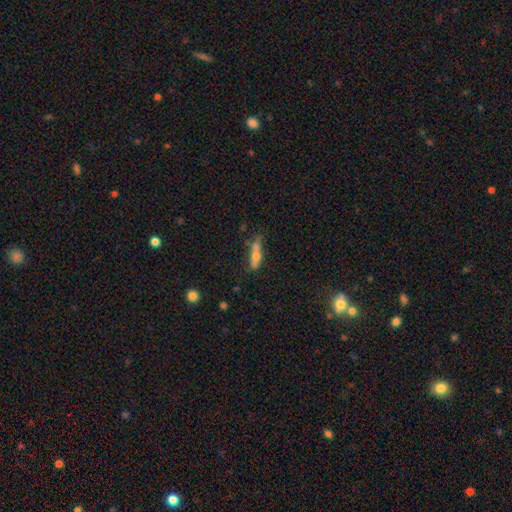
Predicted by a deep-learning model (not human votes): Smooth or featured? Predicted: smooth (p=0.54). How rounded? Predicted: cigar-shaped (p=0.68). Merging? Predicted: none (p=0.45).